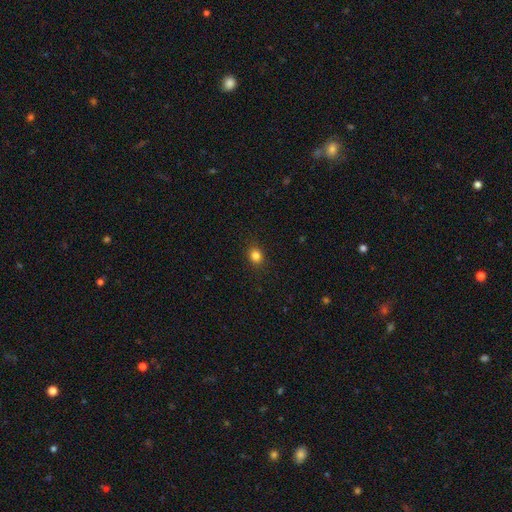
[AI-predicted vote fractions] Smooth or featured? smooth (83%)
How rounded? round (70%)
Merging? none (90%)